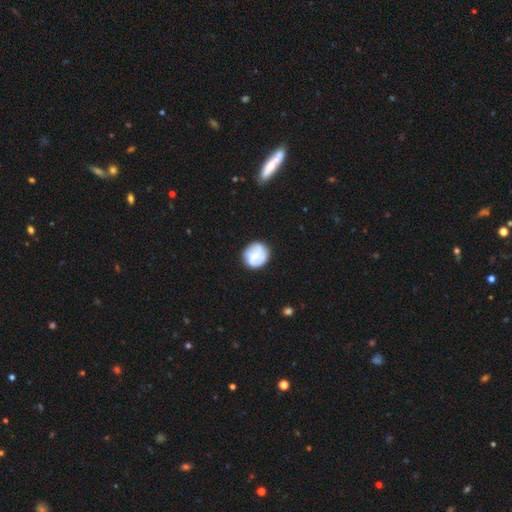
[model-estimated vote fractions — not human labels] smooth_or_featured: smooth (p=0.50) [alt: featured or disk p=0.43]
merging: none (p=0.72) [alt: minor disturbance p=0.18]